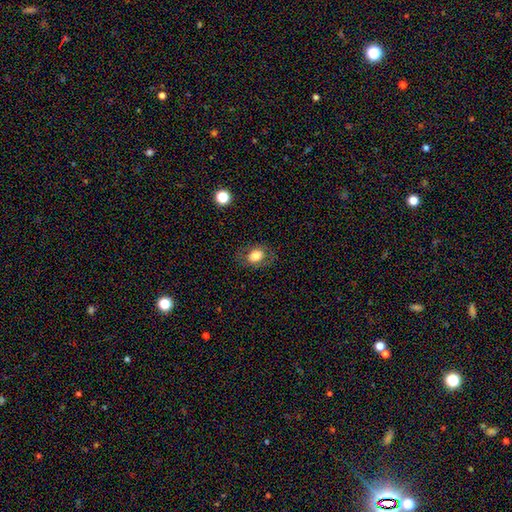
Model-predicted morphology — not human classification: smooth 74%, featured or disk 17%, star or artifact 9%. Down the decision tree: how rounded — in between (69%); merging — none (78%).